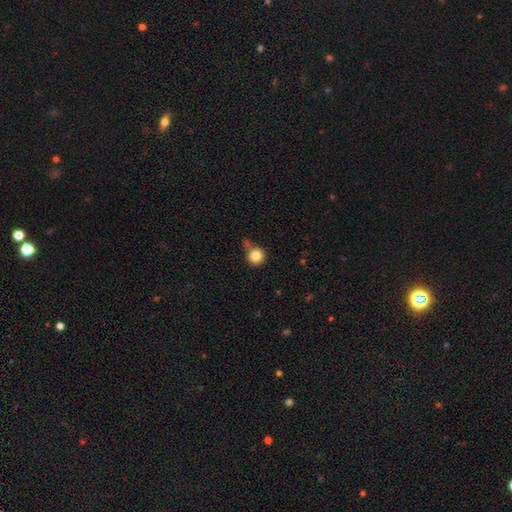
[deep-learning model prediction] A smooth galaxy with no disk features (83%) that is round (93%).

Vote fractions:
- Smooth or featured? smooth: 83% / star or artifact: 10% / featured or disk: 7%
- How rounded? round: 93% / in between: 6% / cigar-shaped: 1%
- Merging? none: 67% / minor disturbance: 16% / merger: 12% / major disturbance: 5%